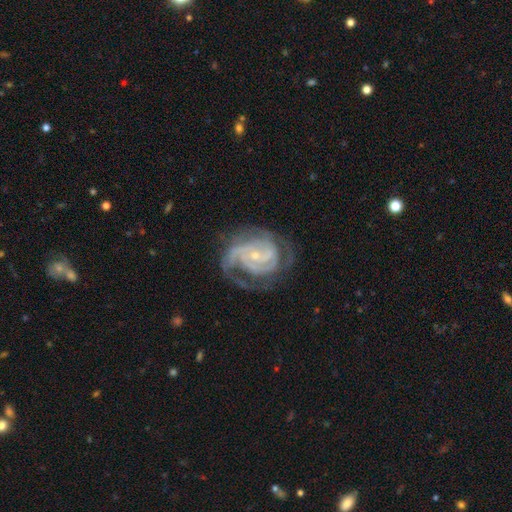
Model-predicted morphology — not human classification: A featured or disk galaxy (90%) with no bar (55%), 3 (34%) tight (57%) spiral arms (97%) and a small central bulge (78%).

Vote fractions:
- Smooth or featured? featured or disk: 90% / star or artifact: 5% / smooth: 5%
- Edge-on disk? no: 98% / yes: 2%
- Bar? no: 55% / weak: 33% / strong: 12%
- Spiral arms? yes: 97% / no: 3%
- Spiral winding? tight: 57% / medium: 36% / loose: 7%
- Spiral arm count? 3: 34% / 2: 28% / can't tell: 17% / 4: 10% / 1: 6% / more than 4: 6%
- Bulge size? small: 78% / moderate: 18% / none: 2% / large: 1% / dominant: 1%
- Merging? none: 63% / minor disturbance: 20% / major disturbance: 15% / merger: 2%